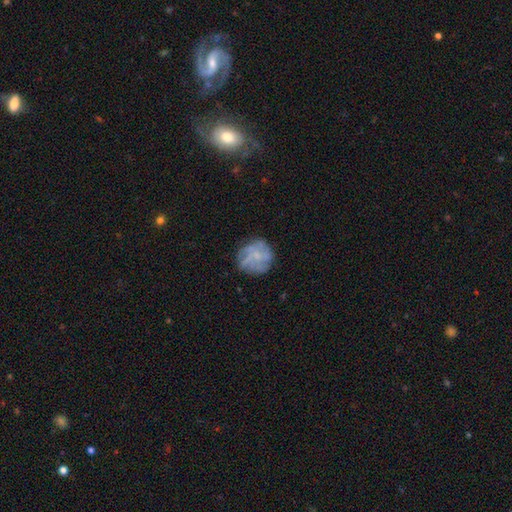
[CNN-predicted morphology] This is possibly a featured or disk galaxy (49%). Merging: likely none (73%).